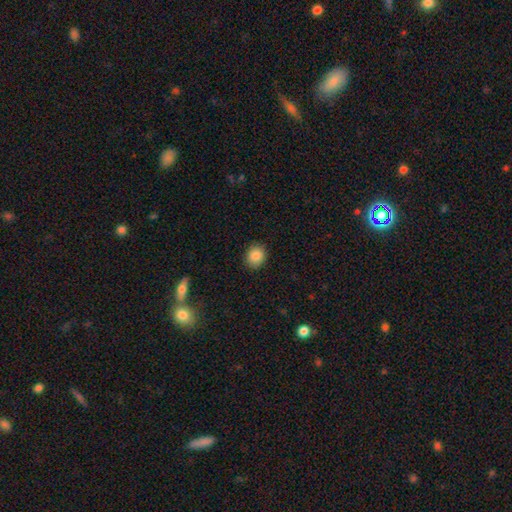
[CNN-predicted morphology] A smooth galaxy with no disk features (87%) that is round (70%).

Vote fractions:
- Smooth or featured? smooth: 87% / star or artifact: 9% / featured or disk: 4%
- How rounded? round: 70% / in between: 29% / cigar-shaped: 1%
- Merging? none: 90% / minor disturbance: 7% / major disturbance: 2% / merger: 1%